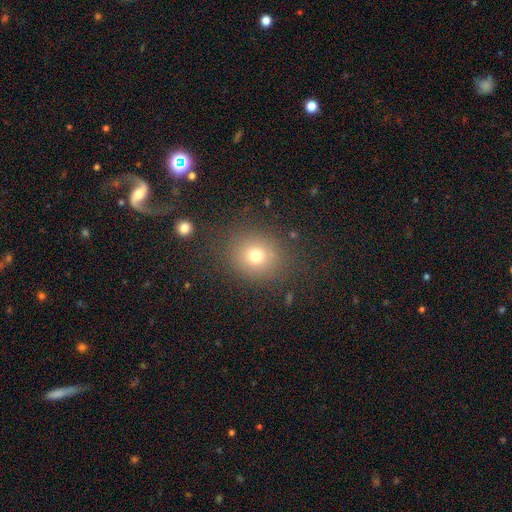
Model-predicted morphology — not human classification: type=smooth (73%); roundness=round (76%); merging=none (82%).